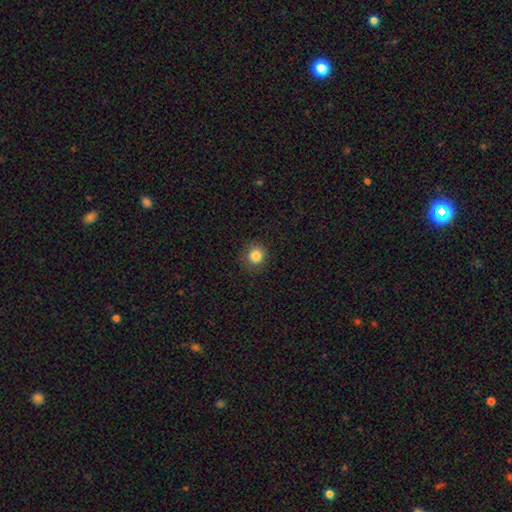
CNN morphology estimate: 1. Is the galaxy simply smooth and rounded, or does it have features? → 84% smooth, 11% star or artifact, 5% featured or disk.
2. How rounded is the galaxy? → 90% round, 9% in between, 1% cigar-shaped.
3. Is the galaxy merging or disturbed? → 87% none, 9% minor disturbance, 3% major disturbance, 1% merger.